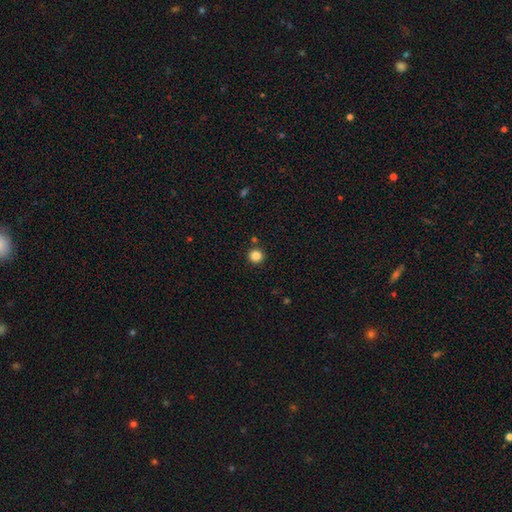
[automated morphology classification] Smooth or featured?
  - smooth: 85% *
  - star or artifact: 12%
  - featured or disk: 4%
How rounded?
  - round: 94% *
  - in between: 5%
  - cigar-shaped: 1%
Merging?
  - none: 89% *
  - minor disturbance: 5%
  - merger: 4%
  - major disturbance: 2%